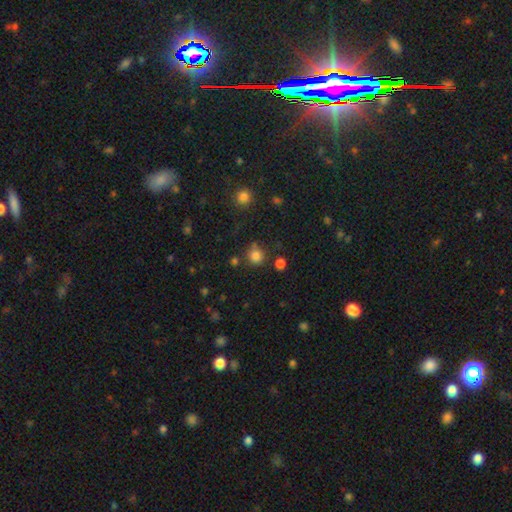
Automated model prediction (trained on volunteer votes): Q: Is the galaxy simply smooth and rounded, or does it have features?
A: smooth — 81%.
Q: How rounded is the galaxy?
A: round — 91%.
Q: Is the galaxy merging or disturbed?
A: none — 77%.